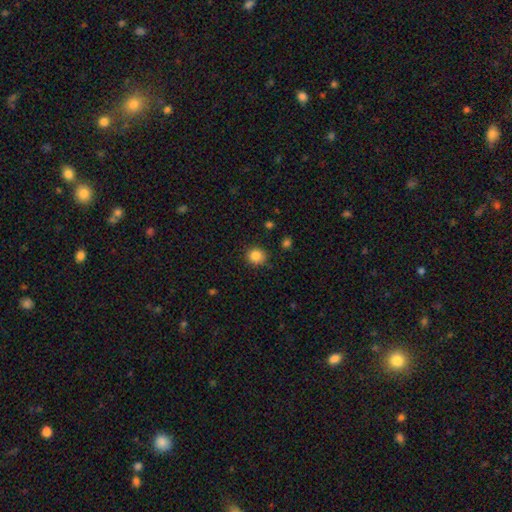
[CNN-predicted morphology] Smooth or featured?
  - smooth: 85% *
  - star or artifact: 11%
  - featured or disk: 4%
How rounded?
  - round: 89% *
  - in between: 10%
  - cigar-shaped: 1%
Merging?
  - none: 86% *
  - minor disturbance: 10%
  - major disturbance: 2%
  - merger: 2%